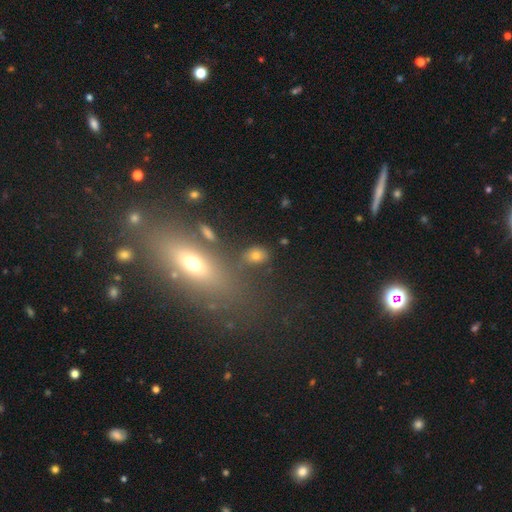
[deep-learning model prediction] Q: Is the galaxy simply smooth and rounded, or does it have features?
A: smooth — 69%.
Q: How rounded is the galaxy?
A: in between — 67%.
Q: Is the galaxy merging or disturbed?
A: none — 67%.